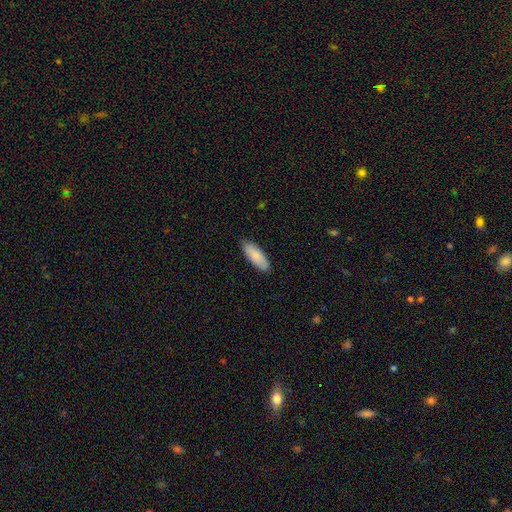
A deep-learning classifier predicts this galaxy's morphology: Q: Smooth or featured?
A: smooth (88%); runner-up: featured or disk (7%)
Q: How rounded?
A: in between (69%); runner-up: cigar-shaped (30%)
Q: Merging?
A: none (88%); runner-up: minor disturbance (10%)